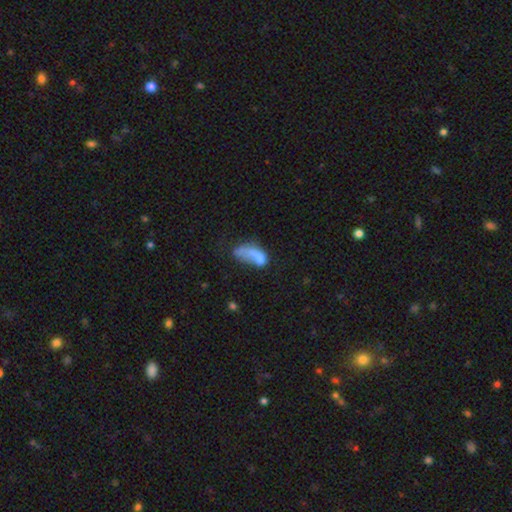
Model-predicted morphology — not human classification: smooth-or-featured: smooth: 60% | featured or disk: 30% | star or artifact: 10%
  how-rounded: in between: 87% | round: 7% | cigar-shaped: 6%
  merging: major disturbance: 39% | merger: 23% | none: 20% | minor disturbance: 17%